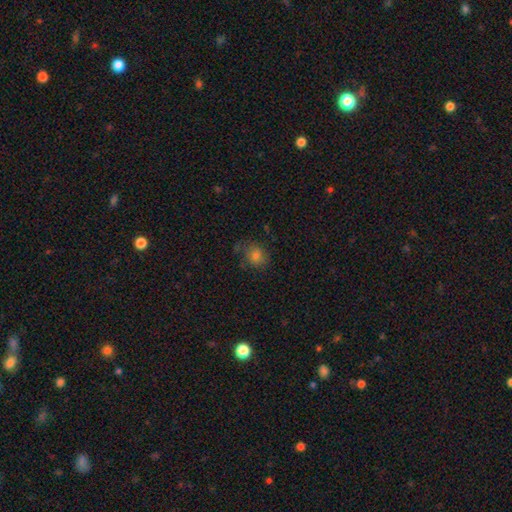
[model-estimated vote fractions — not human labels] The model was most divided on "how rounded": round: 70%, in between: 29%, cigar-shaped: 1%. More confident: smooth or featured — smooth (69%); merging — none (68%).